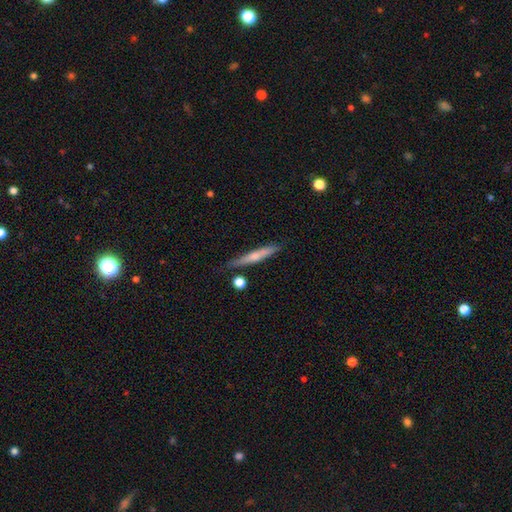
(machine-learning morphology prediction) This is possibly a smooth galaxy (53%). How rounded: clearly cigar-shaped (93%). Merging: likely none (78%).